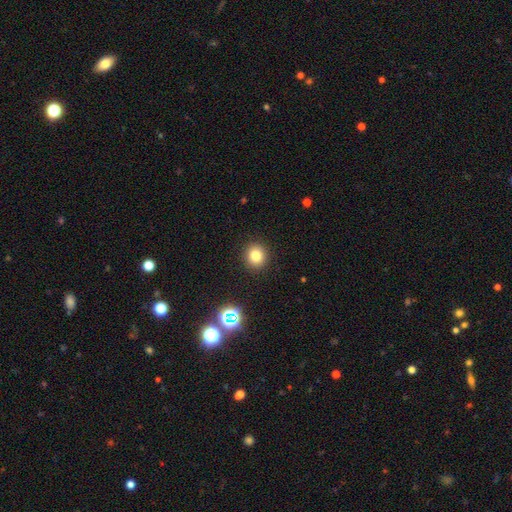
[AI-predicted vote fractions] Smooth or featured? smooth (80%)
How rounded? round (84%)
Merging? none (91%)